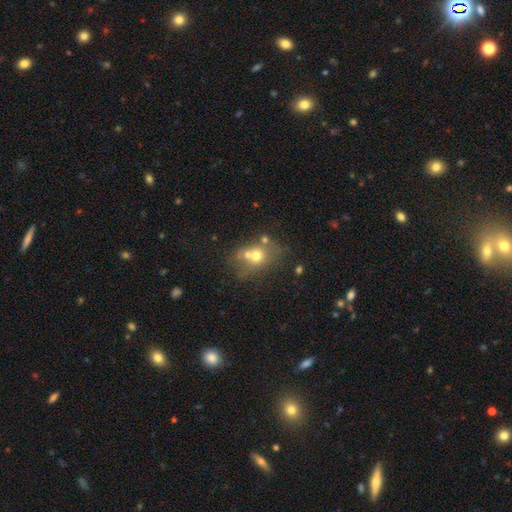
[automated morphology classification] The model was most divided on "merging": none: 41%, merger: 40%, minor disturbance: 12%, major disturbance: 7%. More confident: smooth or featured — smooth (61%); how rounded — round (60%).